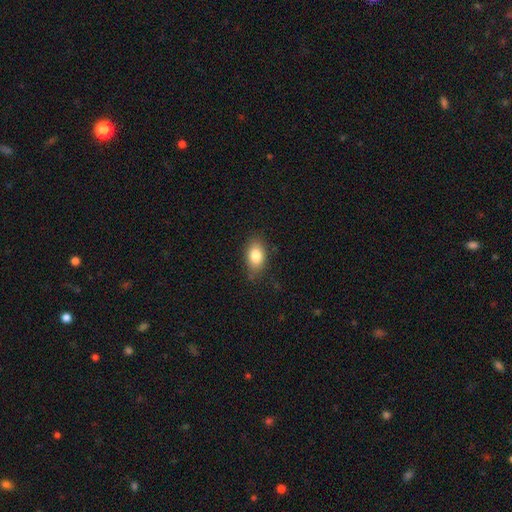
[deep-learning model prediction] A smooth galaxy with no disk features (82%) that is in between round and cigar-shaped (85%). Merging: none (81%).